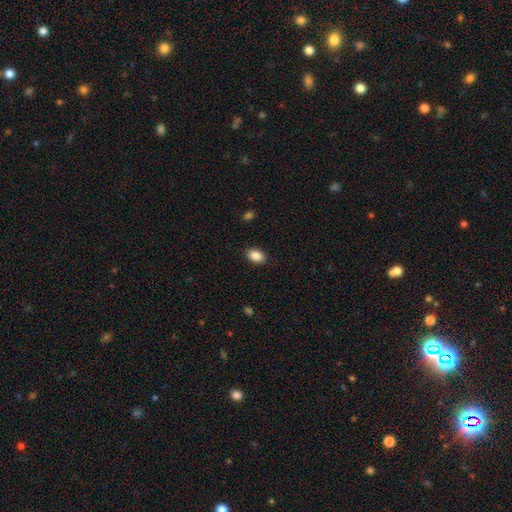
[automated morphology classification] Q: Smooth or featured?
A: smooth (87%); runner-up: star or artifact (8%)
Q: How rounded?
A: in between (85%); runner-up: round (14%)
Q: Merging?
A: none (89%); runner-up: minor disturbance (8%)